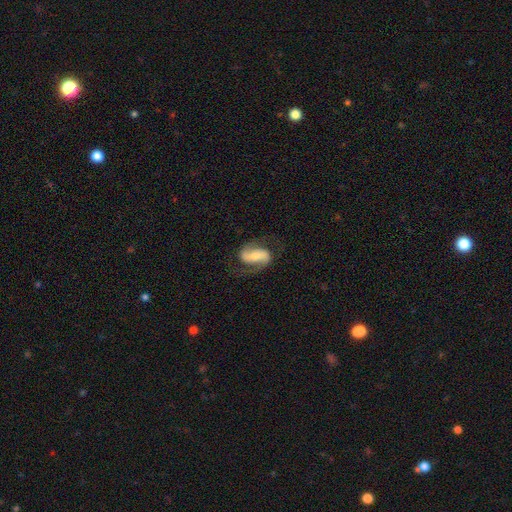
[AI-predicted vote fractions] smooth_or_featured: featured or disk (p=0.74) [alt: smooth p=0.20]
disk_edge_on: no (p=0.96) [alt: yes p=0.04]
bar: strong (p=0.44) [alt: weak p=0.32]
has_spiral_arms: yes (p=0.93) [alt: no p=0.07]
spiral_winding: medium (p=0.47) [alt: loose p=0.36]
spiral_arm_count: 2 (p=0.89) [alt: can't tell p=0.04]
bulge_size: moderate (p=0.41) [alt: small p=0.36]
merging: none (p=0.68) [alt: minor disturbance p=0.17]